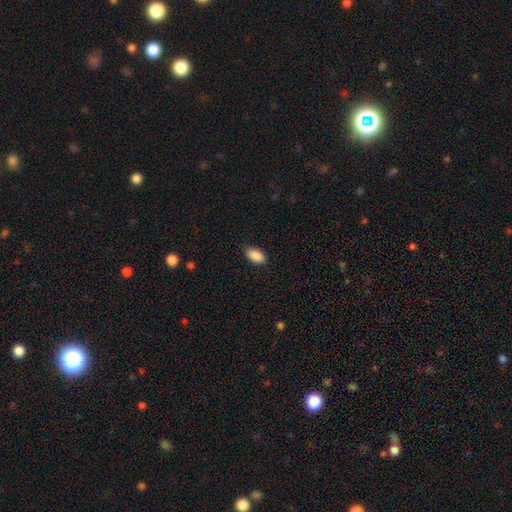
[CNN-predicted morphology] Smooth or featured?
  - smooth: 90% *
  - star or artifact: 7%
  - featured or disk: 3%
How rounded?
  - in between: 94% *
  - round: 4%
  - cigar-shaped: 2%
Merging?
  - none: 84% *
  - minor disturbance: 12%
  - major disturbance: 2%
  - merger: 1%